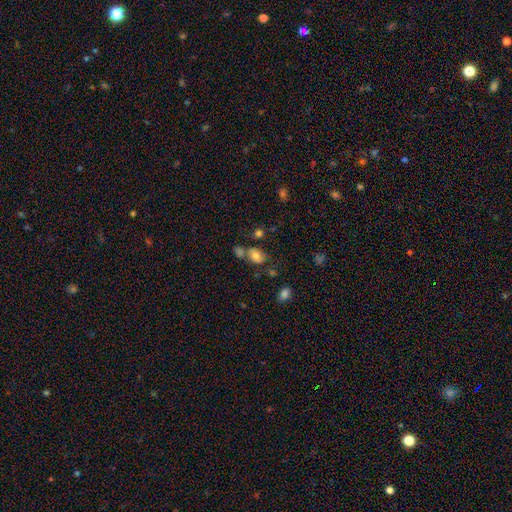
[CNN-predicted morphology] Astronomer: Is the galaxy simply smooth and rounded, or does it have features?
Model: smooth — 73%.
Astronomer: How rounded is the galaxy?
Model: in between — 78%.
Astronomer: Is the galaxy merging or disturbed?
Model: none — 54%.